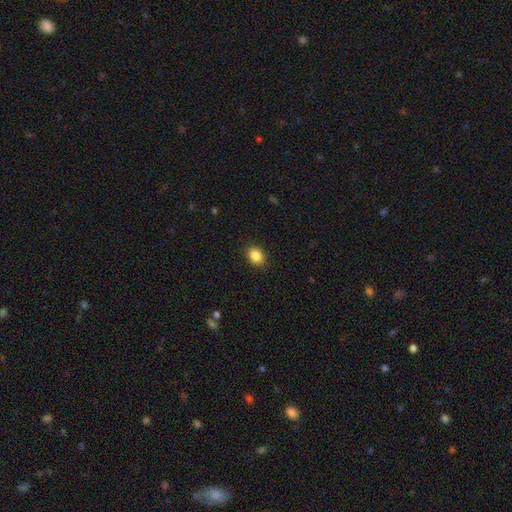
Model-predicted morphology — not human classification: A smooth galaxy with no disk features (87%) that is in between round and cigar-shaped (59%).

Vote fractions:
- Smooth or featured? smooth: 87% / star or artifact: 9% / featured or disk: 4%
- How rounded? in between: 59% / round: 40% / cigar-shaped: 1%
- Merging? none: 89% / minor disturbance: 8% / major disturbance: 2% / merger: 1%